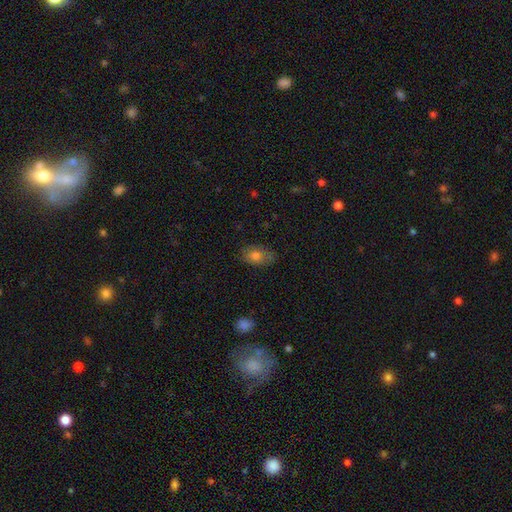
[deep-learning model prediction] Overall: smooth (78%). How rounded: in between (87%). Merging: none (77%).